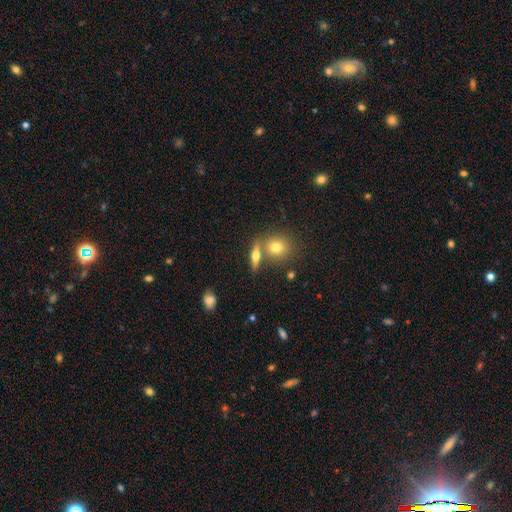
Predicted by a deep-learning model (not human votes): Morphology: type=smooth (45%, tied with featured or disk); merging=none (65%).